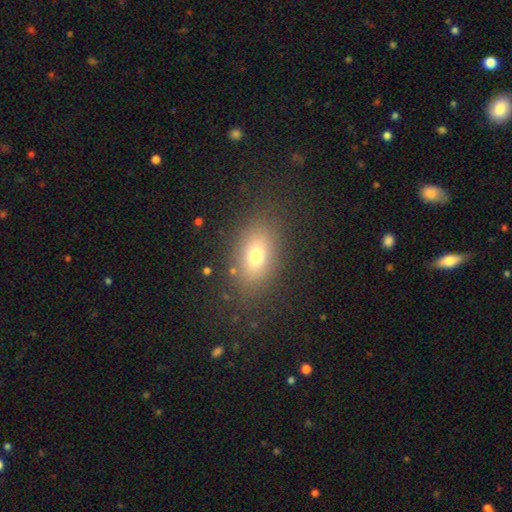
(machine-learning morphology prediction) smooth-or-featured: smooth: 72% | featured or disk: 15% | star or artifact: 13%
  how-rounded: in between: 81% | round: 15% | cigar-shaped: 4%
  merging: none: 82% | minor disturbance: 11% | major disturbance: 5% | merger: 2%